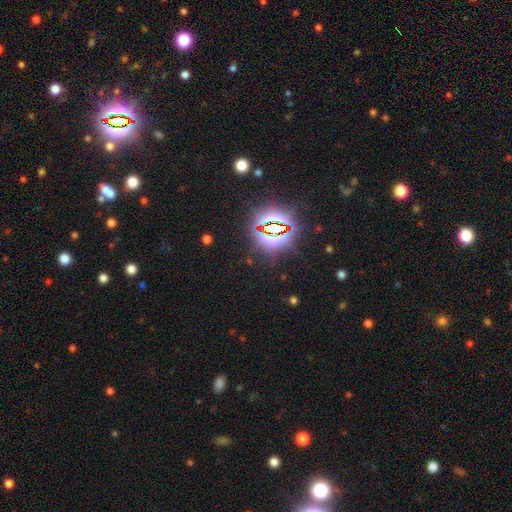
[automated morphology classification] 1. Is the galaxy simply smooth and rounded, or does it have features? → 82% star or artifact, 11% smooth, 7% featured or disk.